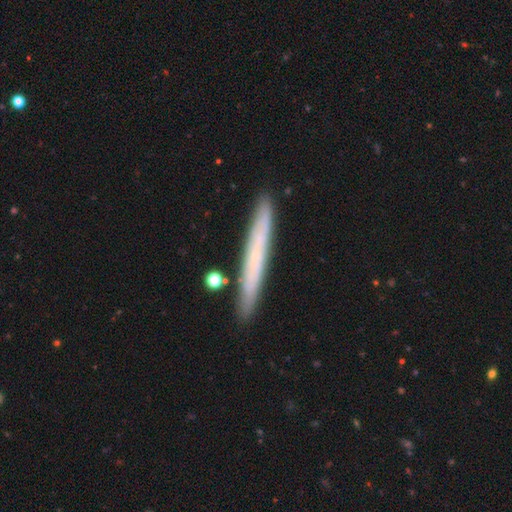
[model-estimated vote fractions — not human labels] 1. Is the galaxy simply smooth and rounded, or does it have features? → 47% smooth, 46% featured or disk, 7% star or artifact.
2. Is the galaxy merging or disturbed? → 87% none, 9% minor disturbance, 3% merger, 2% major disturbance.